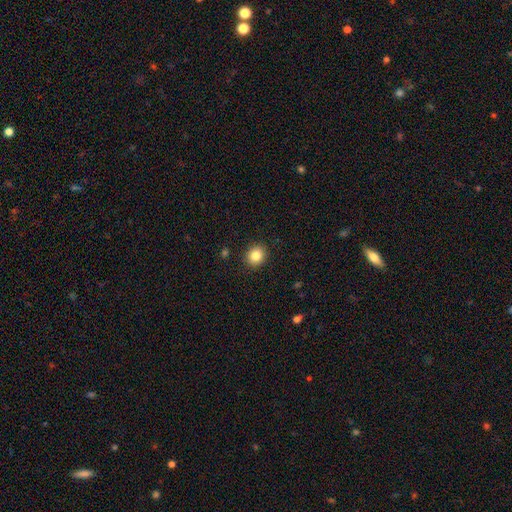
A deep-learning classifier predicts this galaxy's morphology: smooth-or-featured: smooth: 84% | star or artifact: 10% | featured or disk: 6%
  how-rounded: round: 80% | in between: 19% | cigar-shaped: 1%
  merging: none: 91% | minor disturbance: 6% | major disturbance: 2% | merger: 1%